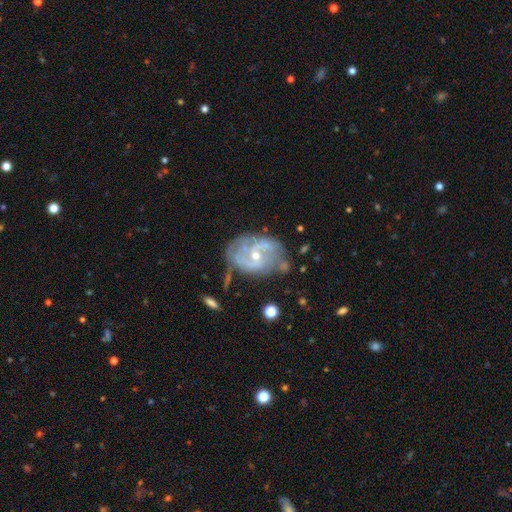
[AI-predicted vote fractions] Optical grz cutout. It shows a featured or disk galaxy (85%) with no bar (50%), 2 (50%) tight (45%) spiral arms (92%) and a small central bulge (57%). Merging: none (58%).